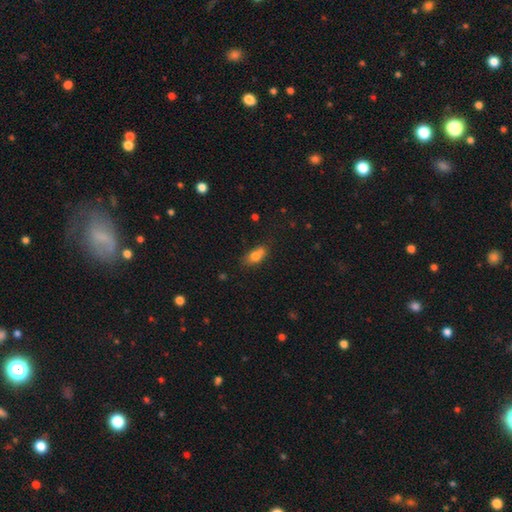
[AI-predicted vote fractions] Smooth or featured: smooth — 75% (featured or disk — 15%)
How rounded: in between — 78% (round — 13%)
Merging: none — 51% (minor disturbance — 23%)